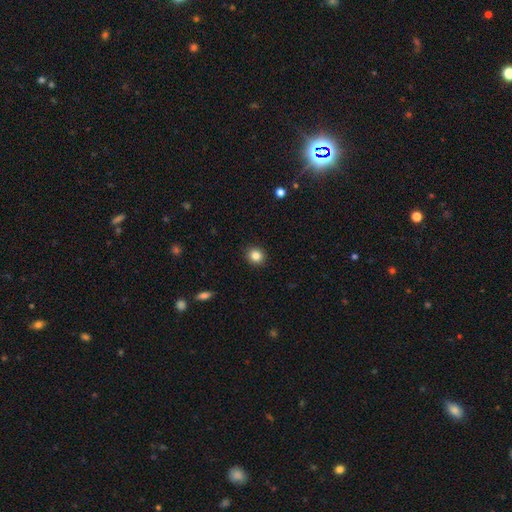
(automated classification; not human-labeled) This is clearly a smooth galaxy (84%). How rounded: clearly round (83%). Merging: clearly none (91%).